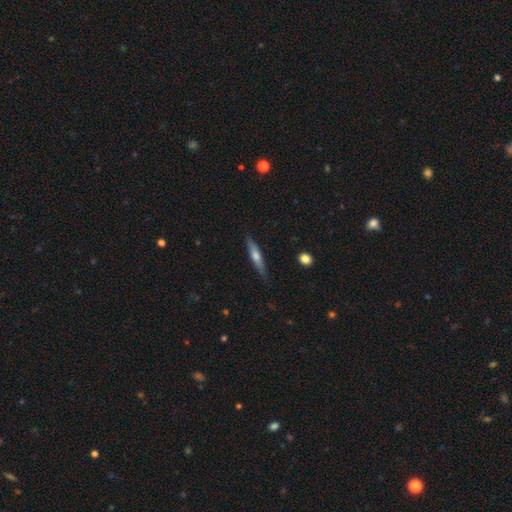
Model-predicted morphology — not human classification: smooth_or_featured: featured or disk (p=0.52) [alt: smooth p=0.42]
disk_edge_on: yes (p=0.94) [alt: no p=0.06]
merging: none (p=0.85) [alt: minor disturbance p=0.12]